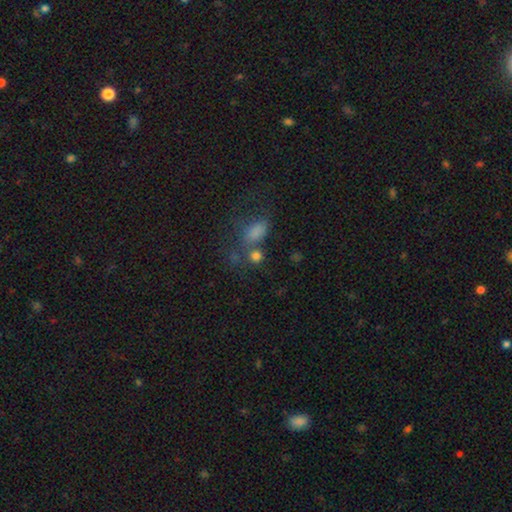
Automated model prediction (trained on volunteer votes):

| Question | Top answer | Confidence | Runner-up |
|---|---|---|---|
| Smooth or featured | smooth | 76% | star or artifact (17%) |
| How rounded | round | 71% | in between (26%) |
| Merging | none | 55% | merger (26%) |